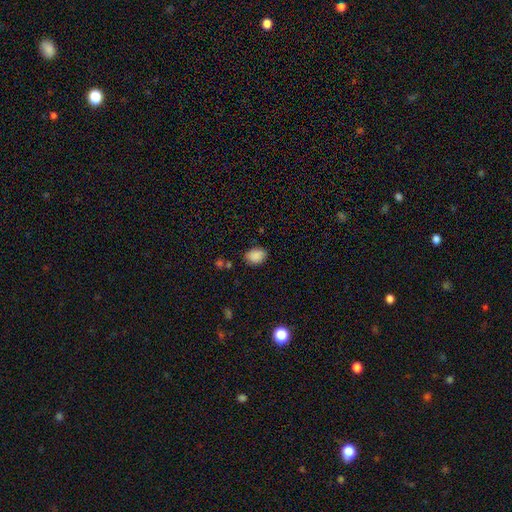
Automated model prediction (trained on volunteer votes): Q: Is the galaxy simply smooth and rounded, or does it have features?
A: smooth — 87%.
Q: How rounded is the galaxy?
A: in between — 69%.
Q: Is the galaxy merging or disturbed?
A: none — 80%.